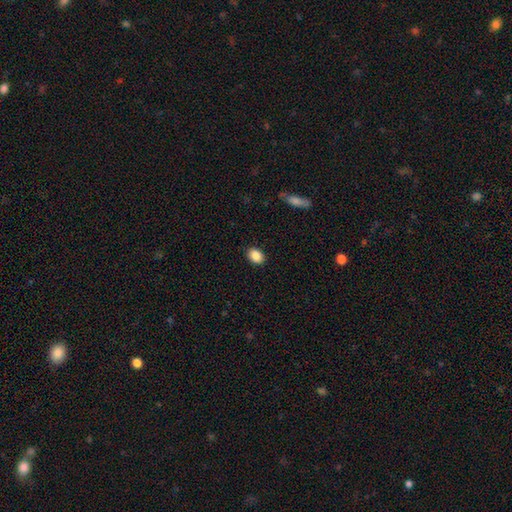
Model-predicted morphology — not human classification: A smooth galaxy with no disk features (88%) that is in between round and cigar-shaped (71%).

Vote fractions:
- Smooth or featured? smooth: 88% / star or artifact: 8% / featured or disk: 4%
- How rounded? in between: 71% / round: 28% / cigar-shaped: 1%
- Merging? none: 90% / minor disturbance: 7% / major disturbance: 2% / merger: 1%